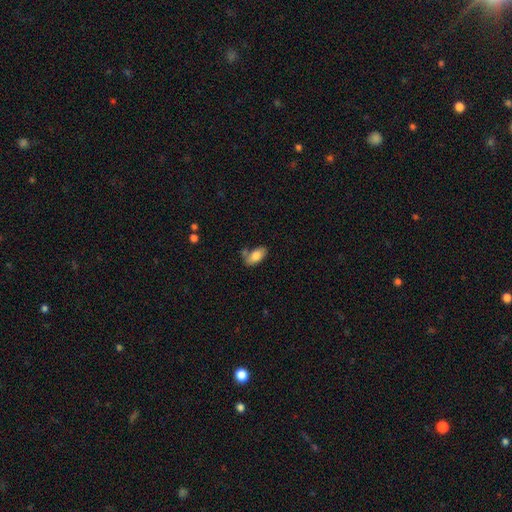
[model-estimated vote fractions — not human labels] Smooth or featured?
  - smooth: 79% *
  - featured or disk: 14%
  - star or artifact: 7%
How rounded?
  - in between: 92% *
  - round: 4%
  - cigar-shaped: 3%
Merging?
  - none: 51% *
  - minor disturbance: 24%
  - merger: 17%
  - major disturbance: 9%